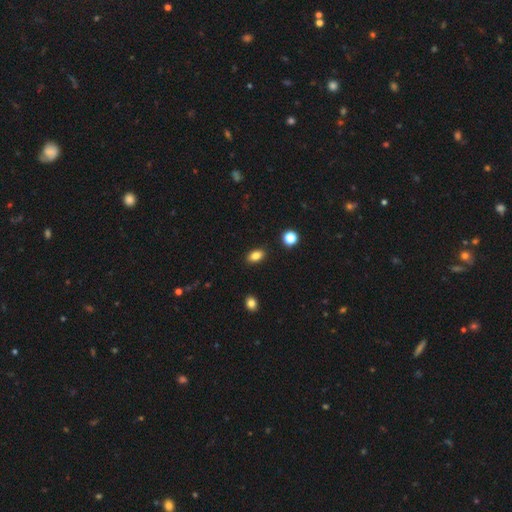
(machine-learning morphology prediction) smooth-or-featured: smooth: 83% | star or artifact: 10% | featured or disk: 7%
  how-rounded: in between: 85% | round: 12% | cigar-shaped: 3%
  merging: none: 89% | minor disturbance: 8% | major disturbance: 2% | merger: 2%